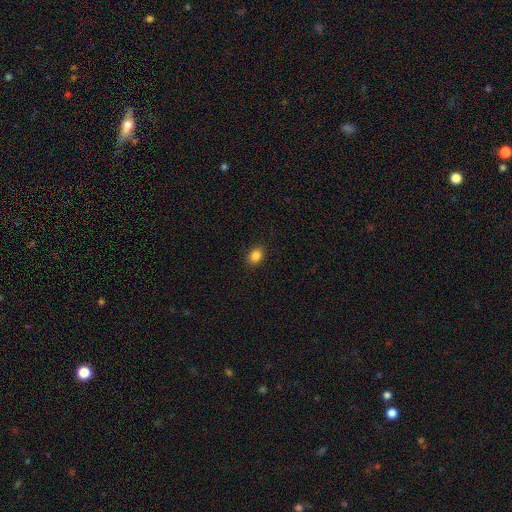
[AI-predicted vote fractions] Morphology: type=smooth (85%); roundness=in between (63%); merging=none (90%).